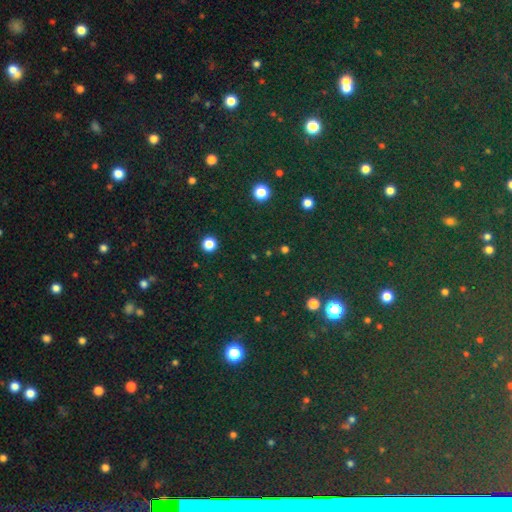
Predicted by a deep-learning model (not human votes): Morphology: type=star or artifact (76%).